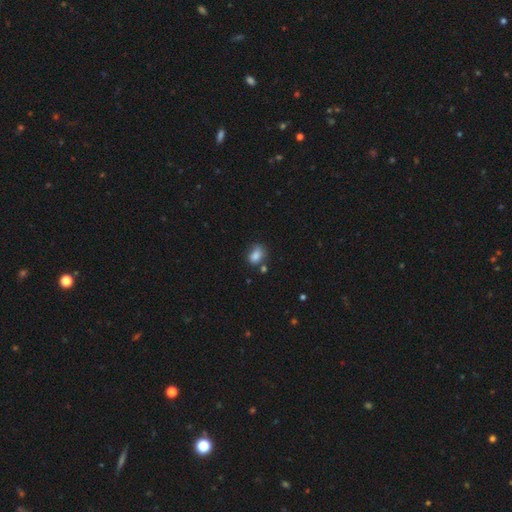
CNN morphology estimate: Overall: smooth (84%). How rounded: in between (75%). Merging: none (63%; minor disturbance 23%).